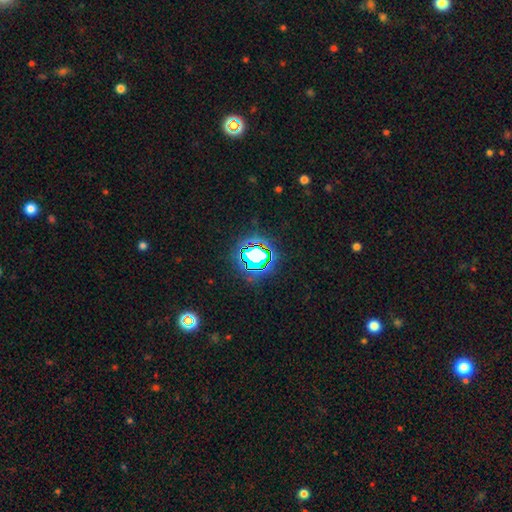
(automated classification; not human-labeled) A star or artifact, not a galaxy (66%).